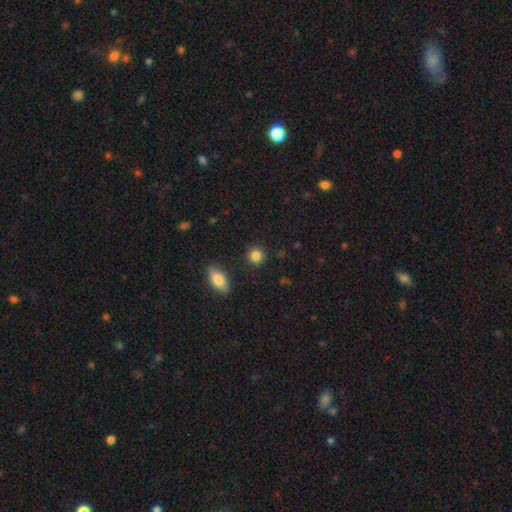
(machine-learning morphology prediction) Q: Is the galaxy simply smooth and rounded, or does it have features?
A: smooth — 86%.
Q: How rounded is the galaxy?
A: round — 87%.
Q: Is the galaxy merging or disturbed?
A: none — 89%.